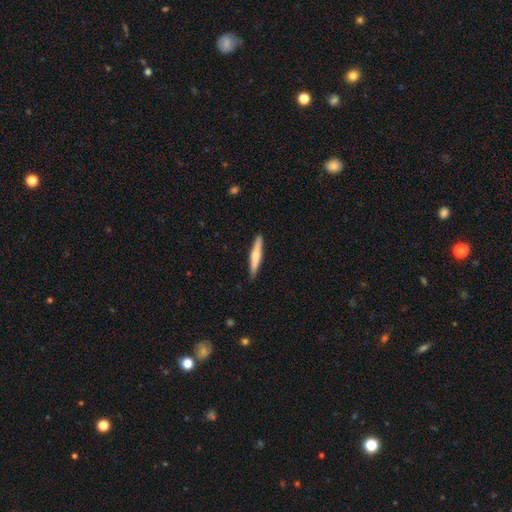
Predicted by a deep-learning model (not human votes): Smooth or featured? smooth (57%)
How rounded? cigar-shaped (92%)
Merging? none (90%)